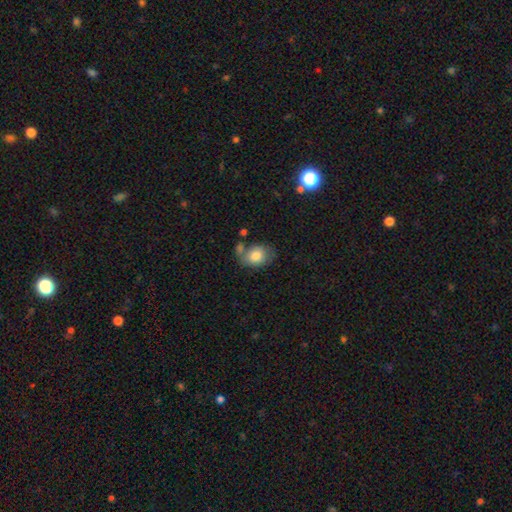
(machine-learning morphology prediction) Q: Smooth or featured?
A: smooth (79%); runner-up: featured or disk (14%)
Q: How rounded?
A: in between (62%); runner-up: round (37%)
Q: Merging?
A: none (49%); runner-up: minor disturbance (23%)